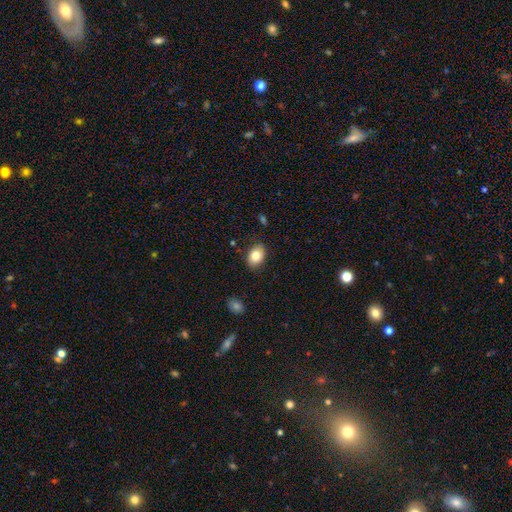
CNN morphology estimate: Smooth or featured? smooth (82%)
How rounded? in between (77%)
Merging? none (86%)